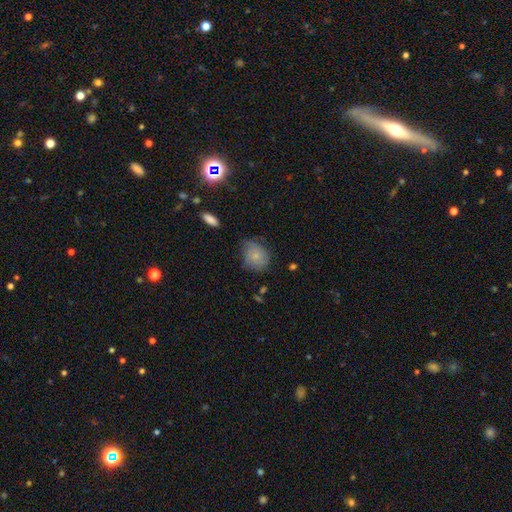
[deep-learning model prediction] smooth-or-featured: smooth: 73% | featured or disk: 18% | star or artifact: 9%
  how-rounded: round: 58% | in between: 41% | cigar-shaped: 1%
  merging: none: 55% | minor disturbance: 33% | major disturbance: 10% | merger: 2%